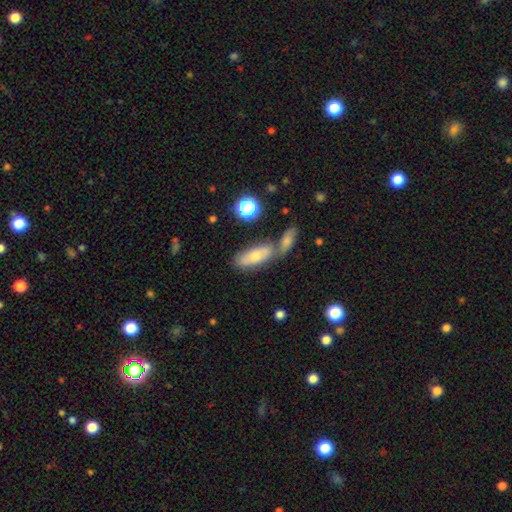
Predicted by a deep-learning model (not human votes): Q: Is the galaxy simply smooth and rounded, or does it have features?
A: smooth — 65%.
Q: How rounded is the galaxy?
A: in between — 74%.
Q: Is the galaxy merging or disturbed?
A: none — 51%.